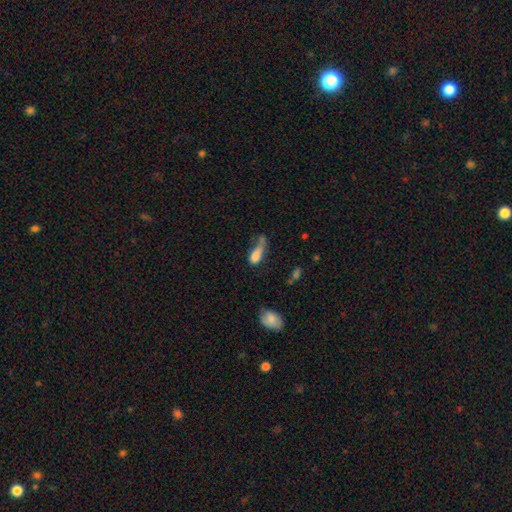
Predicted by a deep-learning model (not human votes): Smooth or featured? Predicted: smooth (p=0.74). How rounded? Predicted: in between (p=0.74). Merging? Predicted: major disturbance (p=0.36).